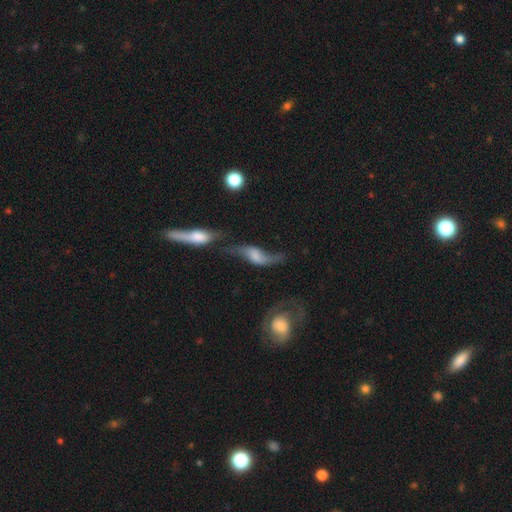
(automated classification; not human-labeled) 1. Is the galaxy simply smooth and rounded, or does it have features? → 68% featured or disk, 24% smooth, 8% star or artifact.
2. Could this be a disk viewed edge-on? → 83% no, 17% yes.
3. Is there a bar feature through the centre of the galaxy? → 48% no, 38% weak, 14% strong.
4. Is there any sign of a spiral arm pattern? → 88% yes, 12% no.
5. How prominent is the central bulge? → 28% none, 26% small, 26% moderate, 16% large, 5% dominant.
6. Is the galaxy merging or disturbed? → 33% none, 29% merger, 19% major disturbance, 18% minor disturbance.